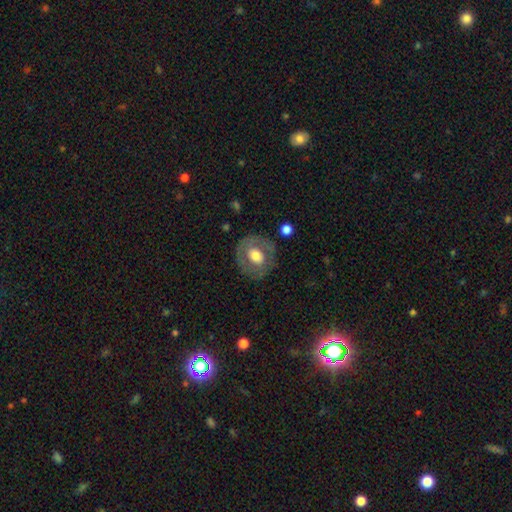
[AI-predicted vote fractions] Overall: smooth (51%; featured or disk 42%). How rounded: round (71%). Merging: none (77%).